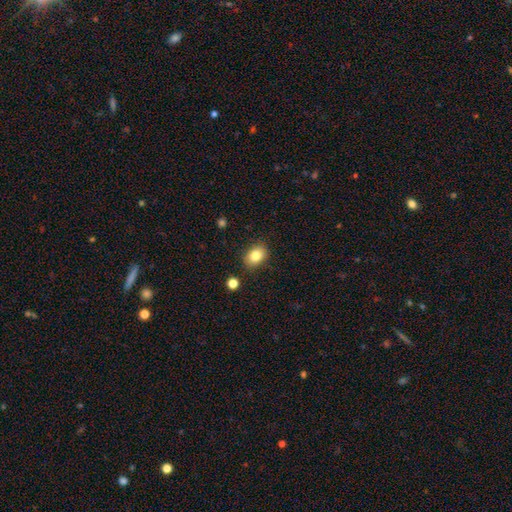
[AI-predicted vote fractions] smooth 83%, star or artifact 9%, featured or disk 8%. Down the decision tree: how rounded — in between (74%); merging — none (85%).